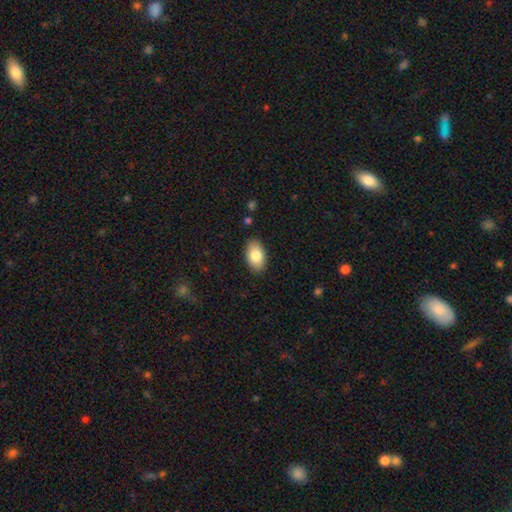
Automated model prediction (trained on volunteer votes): smooth 82%, featured or disk 11%, star or artifact 7%. Down the decision tree: how rounded — in between (94%); merging — none (88%).